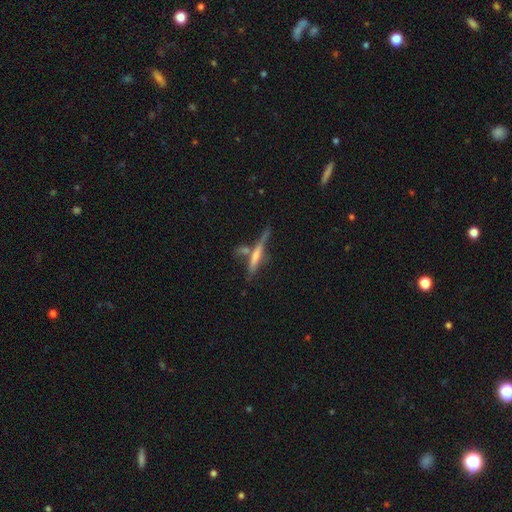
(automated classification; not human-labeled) smooth-or-featured: featured or disk: 48% | smooth: 45% | star or artifact: 8%
  merging: none: 45% | merger: 28% | minor disturbance: 17% | major disturbance: 9%